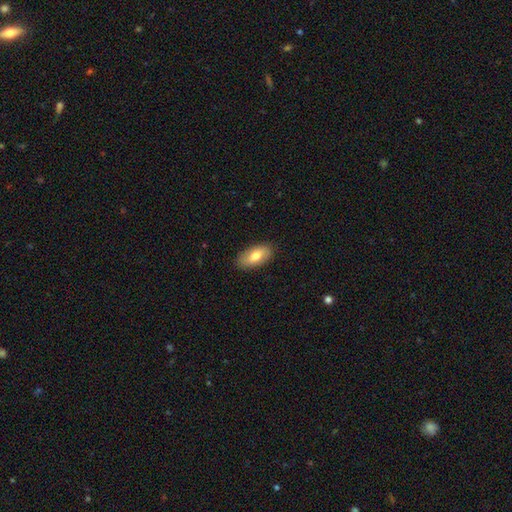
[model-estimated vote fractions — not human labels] smooth-or-featured: smooth: 73% | featured or disk: 21% | star or artifact: 6%
  how-rounded: in between: 90% | cigar-shaped: 6% | round: 3%
  merging: none: 86% | minor disturbance: 11% | major disturbance: 2% | merger: 1%